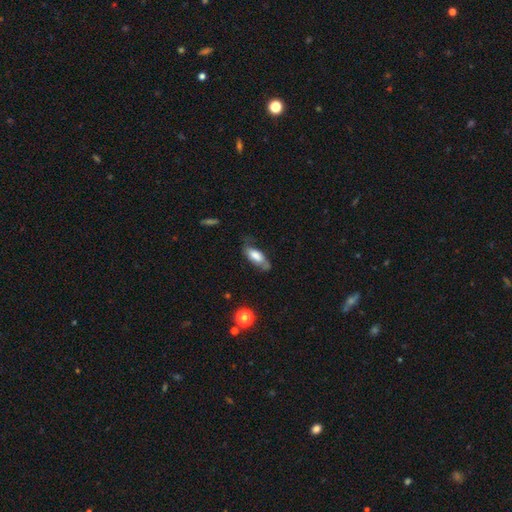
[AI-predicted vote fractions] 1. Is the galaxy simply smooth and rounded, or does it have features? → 61% smooth, 31% featured or disk, 8% star or artifact.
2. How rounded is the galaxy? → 76% in between, 21% cigar-shaped, 3% round.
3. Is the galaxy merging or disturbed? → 52% none, 30% minor disturbance, 15% major disturbance, 3% merger.